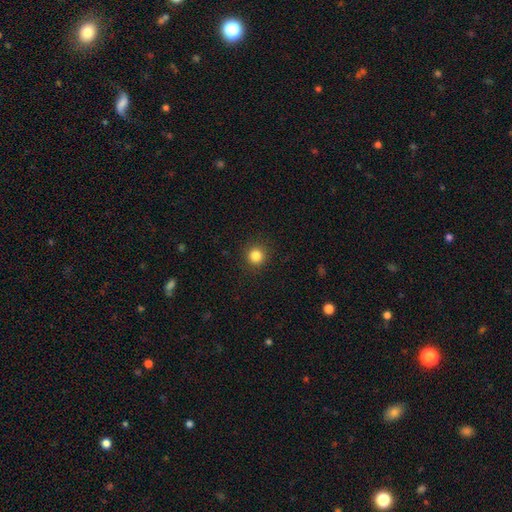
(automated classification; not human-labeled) Smooth or featured? smooth (83%)
How rounded? round (94%)
Merging? none (91%)